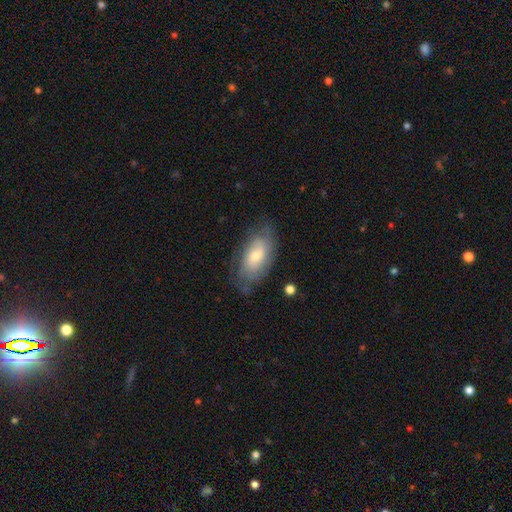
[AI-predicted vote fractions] A smooth galaxy with no disk features (48%). Merging: none (71%).